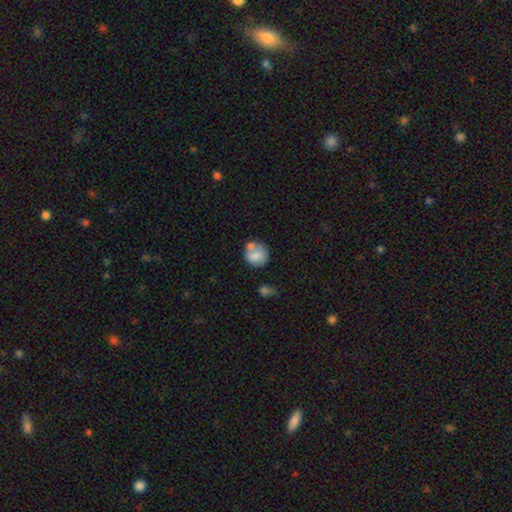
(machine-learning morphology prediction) Smooth or featured: smooth — 73% (featured or disk — 19%)
How rounded: round — 83% (in between — 16%)
Merging: none — 53% (merger — 24%)